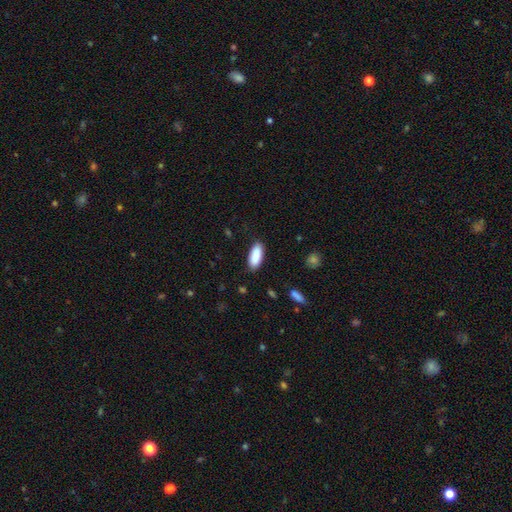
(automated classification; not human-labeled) Smooth or featured?
  - smooth: 90% *
  - star or artifact: 6%
  - featured or disk: 4%
How rounded?
  - in between: 79% *
  - cigar-shaped: 19%
  - round: 2%
Merging?
  - none: 86% *
  - minor disturbance: 10%
  - major disturbance: 2%
  - merger: 1%